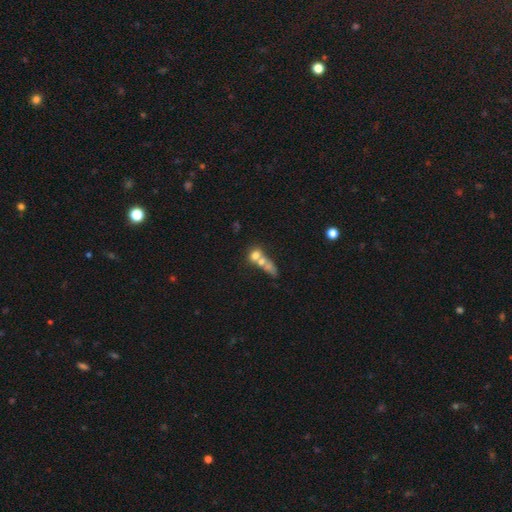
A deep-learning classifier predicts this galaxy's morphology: A smooth galaxy with no disk features (63%) that is round (52%).

Vote fractions:
- Smooth or featured? smooth: 63% / featured or disk: 24% / star or artifact: 13%
- How rounded? round: 52% / in between: 41% / cigar-shaped: 6%
- Merging? merger: 60% / none: 25% / minor disturbance: 8% / major disturbance: 7%